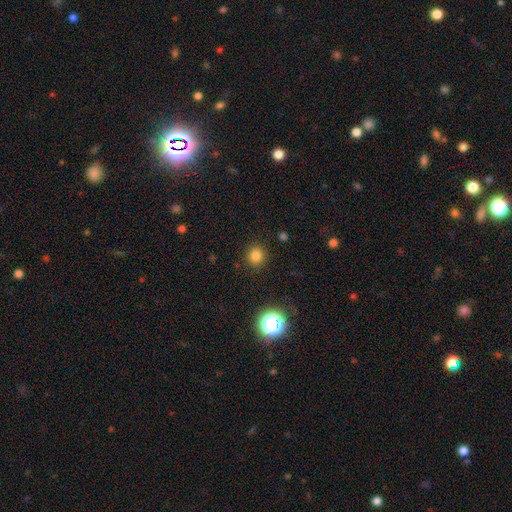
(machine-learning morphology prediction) Smooth or featured?
  - smooth: 80% *
  - star or artifact: 16%
  - featured or disk: 4%
How rounded?
  - round: 91% *
  - in between: 8%
  - cigar-shaped: 1%
Merging?
  - none: 90% *
  - minor disturbance: 6%
  - major disturbance: 2%
  - merger: 1%